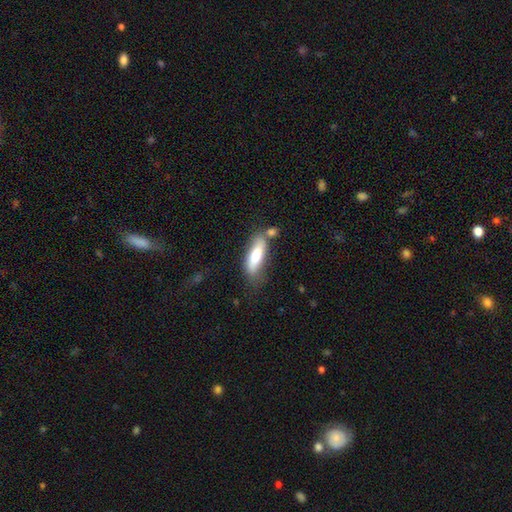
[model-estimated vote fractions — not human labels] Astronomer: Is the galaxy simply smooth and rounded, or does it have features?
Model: smooth — 73%.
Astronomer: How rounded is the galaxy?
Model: in between — 51% (runner-up: cigar-shaped, 47%).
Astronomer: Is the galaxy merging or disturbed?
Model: none — 56%.